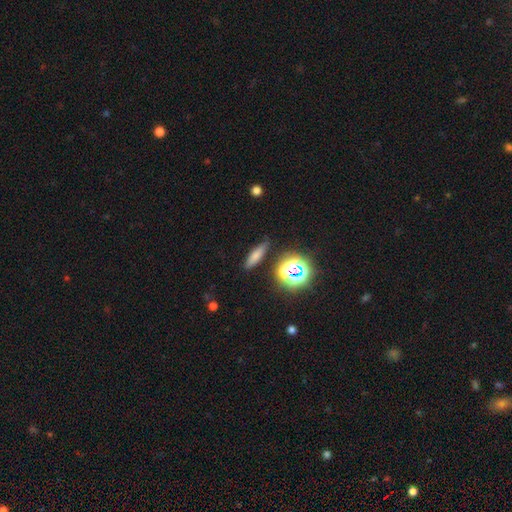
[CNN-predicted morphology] Smooth or featured? smooth (66%)
How rounded? cigar-shaped (64%)
Merging? none (84%)